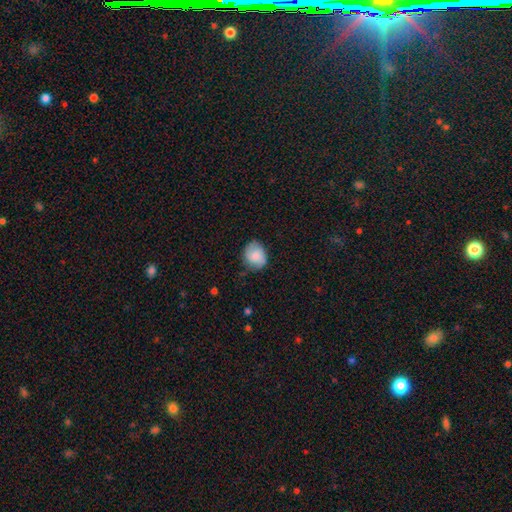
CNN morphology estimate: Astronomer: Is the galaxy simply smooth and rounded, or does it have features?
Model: smooth — 74%.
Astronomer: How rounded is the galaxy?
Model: round — 62%.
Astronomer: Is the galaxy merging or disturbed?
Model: none — 72%.